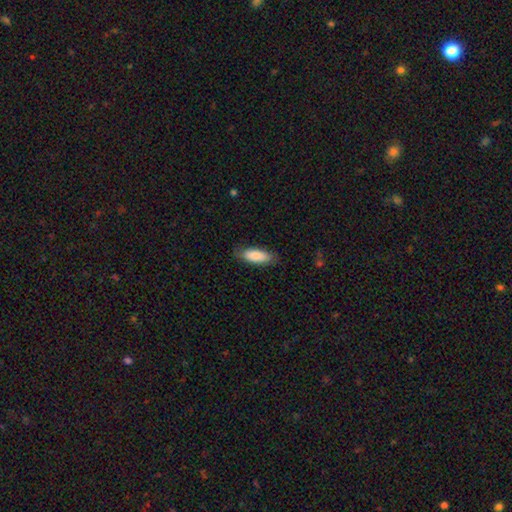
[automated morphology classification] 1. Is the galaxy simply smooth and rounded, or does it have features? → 85% smooth, 10% featured or disk, 6% star or artifact.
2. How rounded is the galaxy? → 68% in between, 30% cigar-shaped, 2% round.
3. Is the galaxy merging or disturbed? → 81% none, 15% minor disturbance, 3% major disturbance, 1% merger.